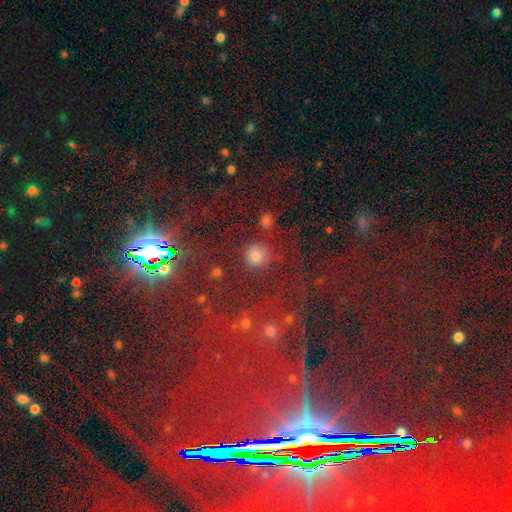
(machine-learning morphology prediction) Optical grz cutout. It shows a smooth galaxy with no disk features (56%) that is round (91%). Merging: none (83%).